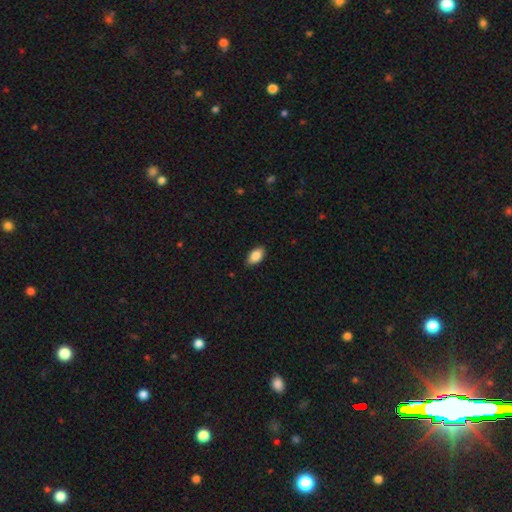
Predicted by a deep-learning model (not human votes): A smooth galaxy with no disk features (87%) that is in between round and cigar-shaped (94%).

Vote fractions:
- Smooth or featured? smooth: 87% / star or artifact: 7% / featured or disk: 6%
- How rounded? in between: 94% / round: 4% / cigar-shaped: 2%
- Merging? none: 87% / minor disturbance: 10% / major disturbance: 2% / merger: 1%